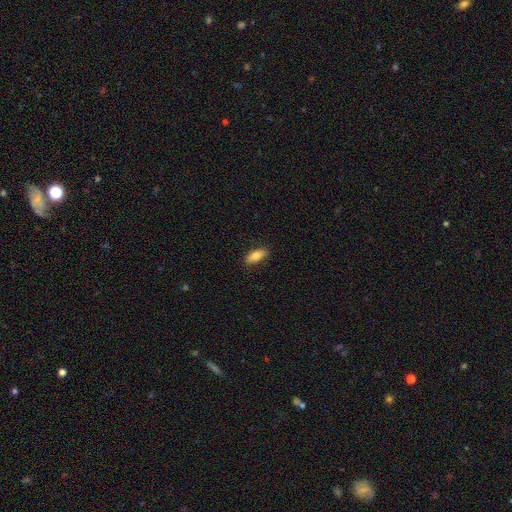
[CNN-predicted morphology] A smooth galaxy with no disk features (77%) that is in between round and cigar-shaped (82%). Merging: none (85%).